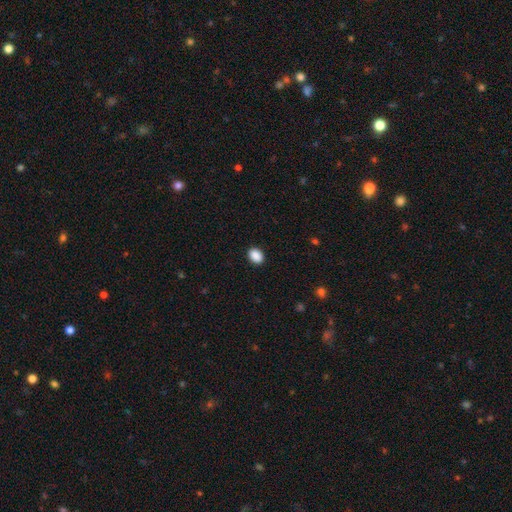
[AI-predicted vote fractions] This is clearly a smooth galaxy (90%). How rounded: likely in between (67%). Merging: clearly none (90%).